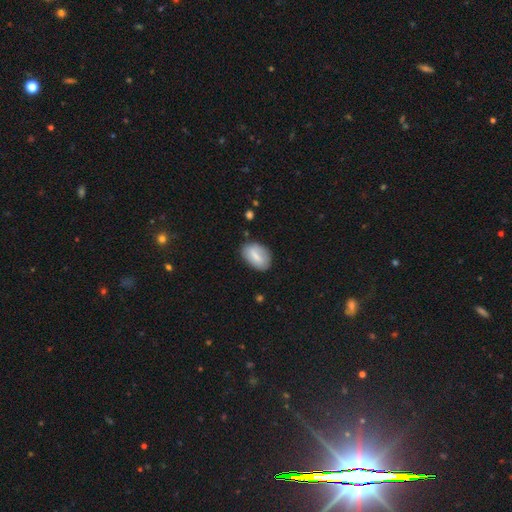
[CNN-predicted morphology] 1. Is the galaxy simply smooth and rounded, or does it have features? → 69% smooth, 24% featured or disk, 7% star or artifact.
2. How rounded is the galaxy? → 90% in between, 7% round, 3% cigar-shaped.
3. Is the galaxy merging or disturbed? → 77% none, 17% minor disturbance, 4% major disturbance, 2% merger.